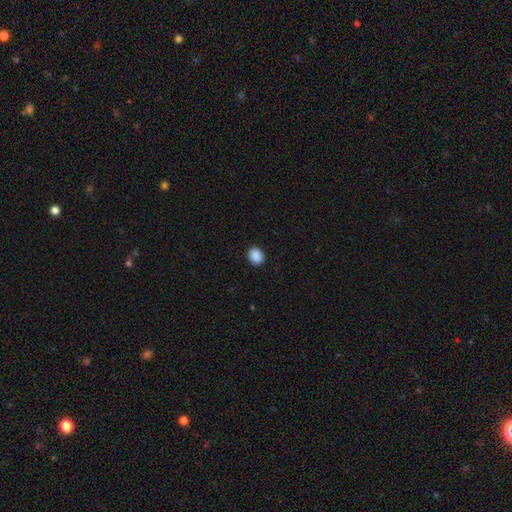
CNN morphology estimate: Overall: smooth (89%). How rounded: round (54%; in between 45%). Merging: none (91%).